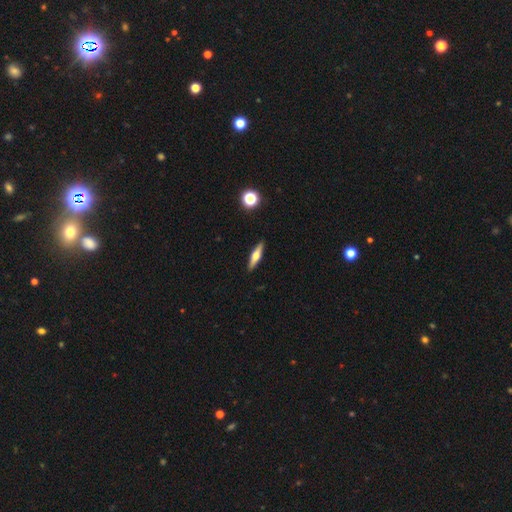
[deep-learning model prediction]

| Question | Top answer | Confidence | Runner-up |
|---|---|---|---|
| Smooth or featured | featured or disk | 51% | smooth (43%) |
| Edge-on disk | yes | 94% | no (6%) |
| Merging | none | 90% | minor disturbance (7%) |